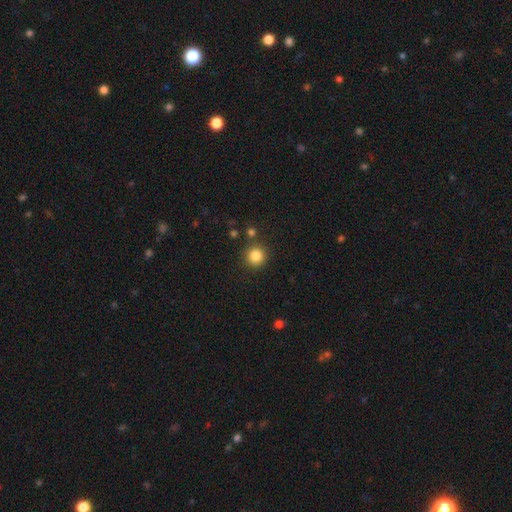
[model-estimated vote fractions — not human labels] Smooth or featured? Predicted: smooth (p=0.84). How rounded? Predicted: round (p=0.93). Merging? Predicted: none (p=0.86).